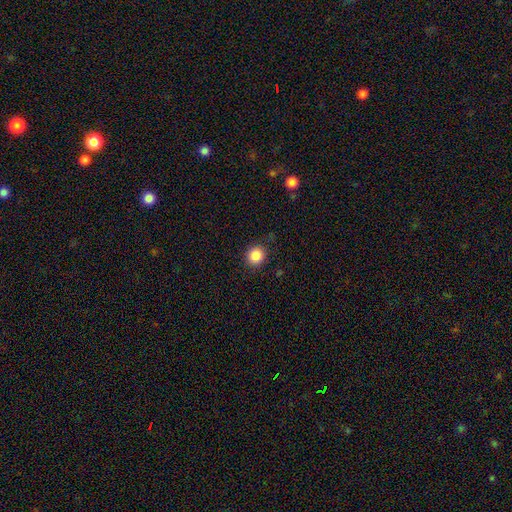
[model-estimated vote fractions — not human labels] Smooth or featured?
  - smooth: 86% *
  - star or artifact: 10%
  - featured or disk: 4%
How rounded?
  - round: 88% *
  - in between: 11%
  - cigar-shaped: 1%
Merging?
  - none: 87% *
  - minor disturbance: 9%
  - major disturbance: 3%
  - merger: 1%